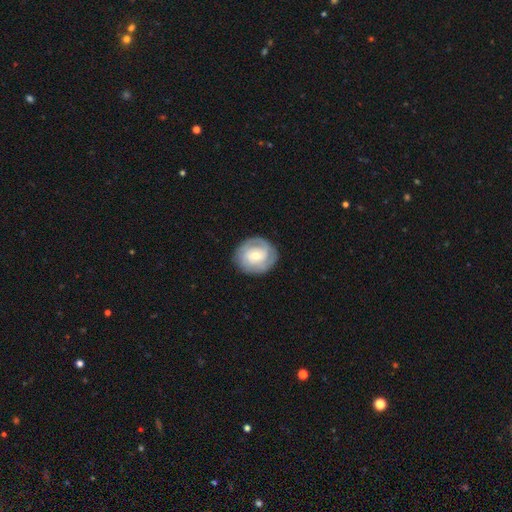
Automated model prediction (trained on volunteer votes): A featured or disk galaxy (69%) with no bar (54%), 2 (39%) tight (67%) spiral arms (85%) and a moderate central bulge (53%).

Vote fractions:
- Smooth or featured? featured or disk: 69% / smooth: 26% / star or artifact: 6%
- Edge-on disk? no: 97% / yes: 3%
- Bar? no: 54% / weak: 35% / strong: 11%
- Spiral arms? yes: 85% / no: 15%
- Spiral winding? tight: 67% / medium: 26% / loose: 8%
- Spiral arm count? 2: 39% / can't tell: 32% / 3: 15% / 1: 7% / 4: 4% / more than 4: 3%
- Bulge size? moderate: 53% / small: 42% / large: 3% / none: 1% / dominant: 1%
- Merging? none: 83% / minor disturbance: 12% / major disturbance: 4% / merger: 1%